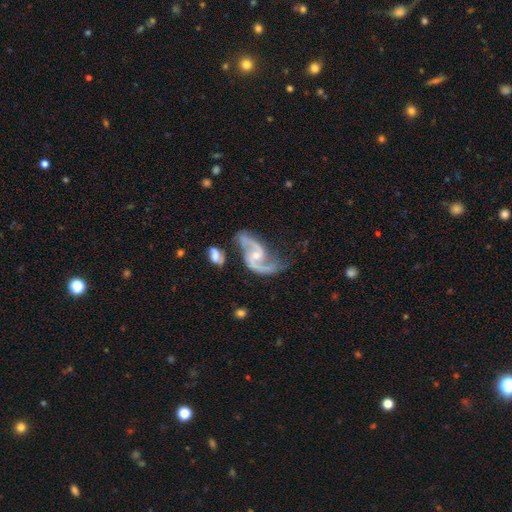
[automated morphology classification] A featured or disk galaxy (92%) with no bar (47%), 2 (93%) loose (54%) spiral arms (98%) and a small central bulge (56%).

Vote fractions:
- Smooth or featured? featured or disk: 92% / star or artifact: 4% / smooth: 4%
- Edge-on disk? no: 98% / yes: 2%
- Bar? no: 47% / weak: 41% / strong: 12%
- Spiral arms? yes: 98% / no: 2%
- Spiral winding? loose: 54% / medium: 39% / tight: 8%
- Spiral arm count? 2: 93% / 1: 2% / can't tell: 2% / 3: 1% / 4: 1% / more than 4: 1%
- Bulge size? small: 56% / moderate: 36% / none: 5% / large: 2% / dominant: 1%
- Merging? none: 57% / minor disturbance: 22% / major disturbance: 12% / merger: 9%